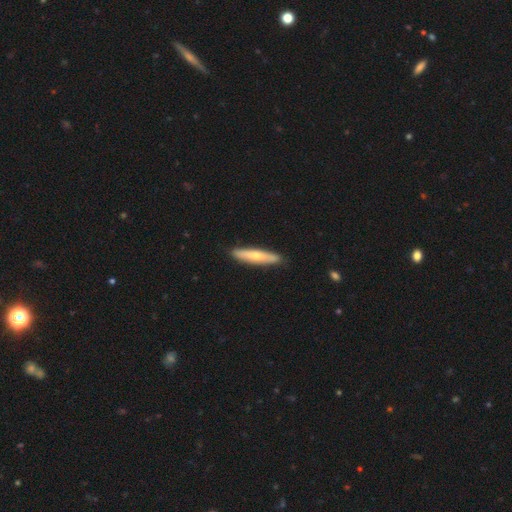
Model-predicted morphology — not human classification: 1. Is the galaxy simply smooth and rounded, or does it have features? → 56% smooth, 40% featured or disk, 5% star or artifact.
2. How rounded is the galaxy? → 87% cigar-shaped, 11% in between, 2% round.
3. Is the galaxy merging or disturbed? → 89% none, 9% minor disturbance, 2% major disturbance, 1% merger.